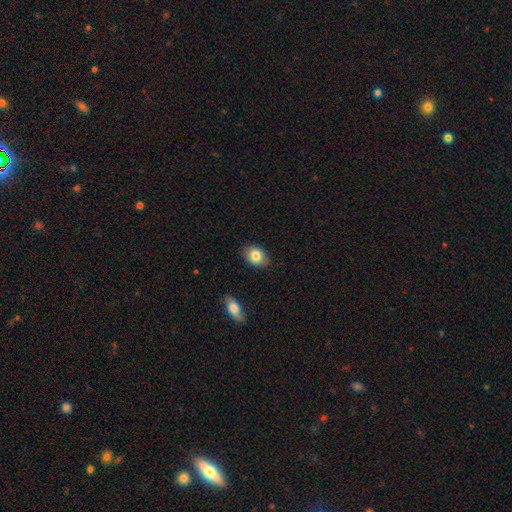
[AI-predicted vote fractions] This is clearly a smooth galaxy (84%). How rounded: likely in between (77%). Merging: clearly none (86%).